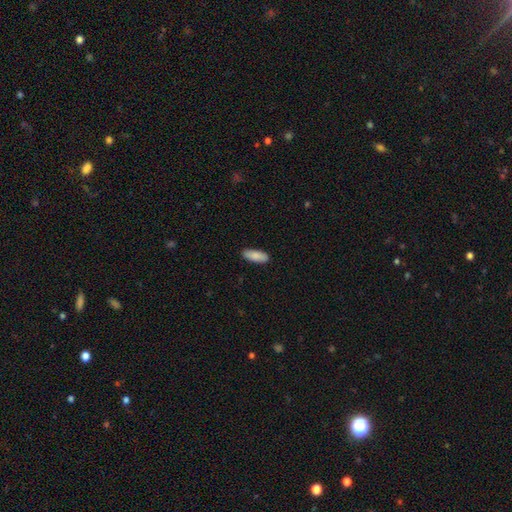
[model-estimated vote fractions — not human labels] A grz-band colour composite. It shows a smooth galaxy with no disk features (87%) that is in between round and cigar-shaped (73%). Merging: none (89%).